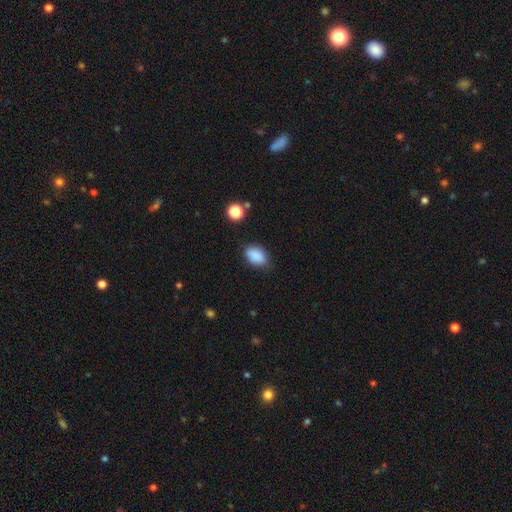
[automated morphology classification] type=smooth (87%); roundness=in between (84%); merging=none (76%).